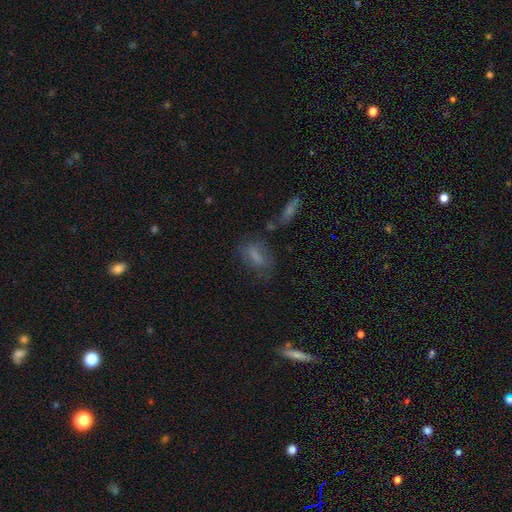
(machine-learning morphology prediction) smooth 67%, featured or disk 19%, star or artifact 13%. Down the decision tree: how rounded — in between (68%); merging — none (56%).